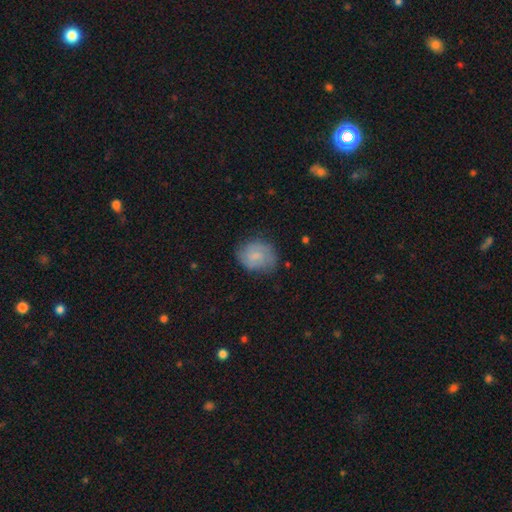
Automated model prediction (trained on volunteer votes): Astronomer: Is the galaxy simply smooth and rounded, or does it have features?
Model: smooth — 58% (runner-up: featured or disk, 34%).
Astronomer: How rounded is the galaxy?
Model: round — 56% (runner-up: in between, 43%).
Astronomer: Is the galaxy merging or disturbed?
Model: none — 68%.